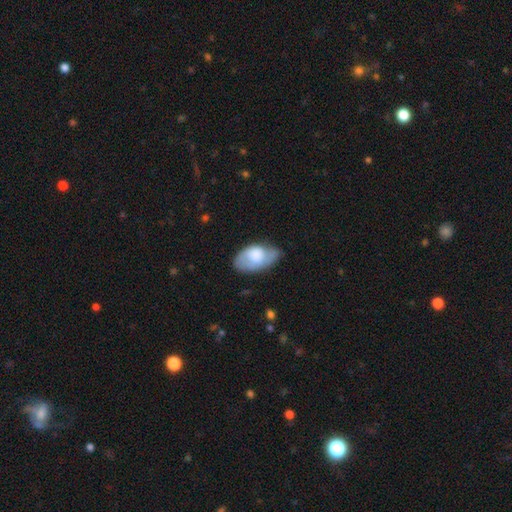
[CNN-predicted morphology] Smooth or featured?
  - smooth: 66% *
  - featured or disk: 28%
  - star or artifact: 7%
How rounded?
  - in between: 93% *
  - round: 5%
  - cigar-shaped: 2%
Merging?
  - none: 46% *
  - minor disturbance: 37%
  - major disturbance: 14%
  - merger: 3%